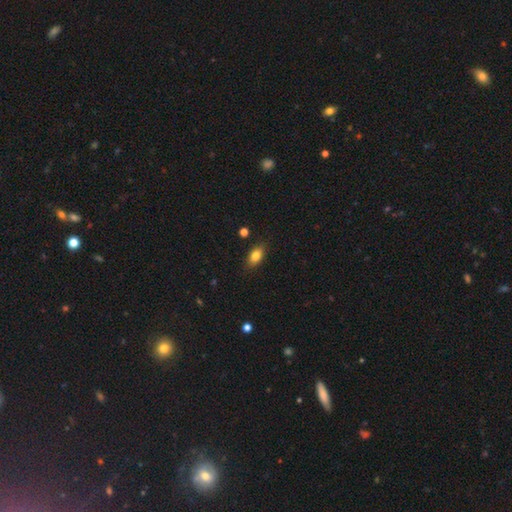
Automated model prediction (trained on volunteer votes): The model was most divided on "smooth or featured": smooth: 81%, featured or disk: 11%, star or artifact: 8%. More confident: how rounded — in between (86%); merging — none (84%).